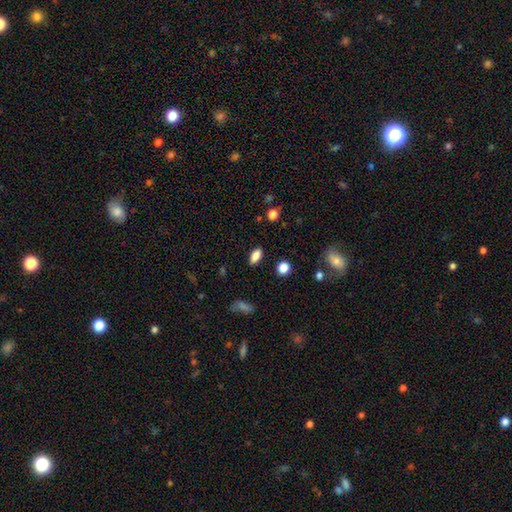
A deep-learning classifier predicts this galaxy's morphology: A smooth galaxy with no disk features (81%) that is in between round and cigar-shaped (86%).

Vote fractions:
- Smooth or featured? smooth: 81% / featured or disk: 9% / star or artifact: 9%
- How rounded? in between: 86% / cigar-shaped: 9% / round: 6%
- Merging? none: 87% / minor disturbance: 9% / major disturbance: 2% / merger: 2%